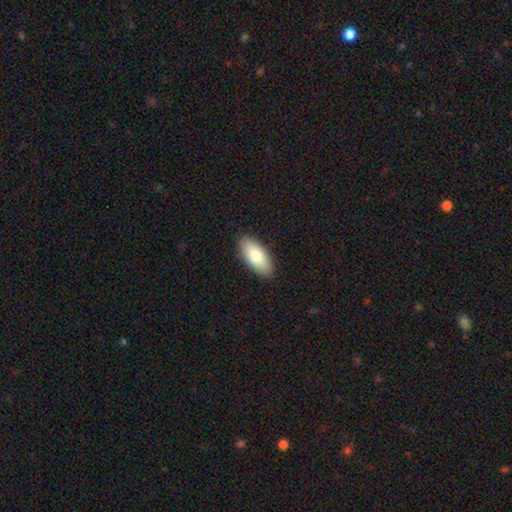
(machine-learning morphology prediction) Smooth or featured: smooth — 82% (featured or disk — 12%)
How rounded: in between — 90% (cigar-shaped — 8%)
Merging: none — 89% (minor disturbance — 8%)